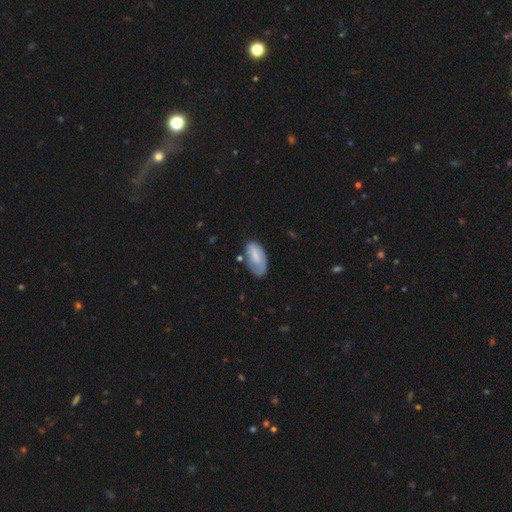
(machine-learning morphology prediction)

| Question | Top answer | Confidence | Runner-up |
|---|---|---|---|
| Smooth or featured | smooth | 64% | featured or disk (29%) |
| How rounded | in between | 92% | cigar-shaped (4%) |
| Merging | none | 53% | minor disturbance (31%) |